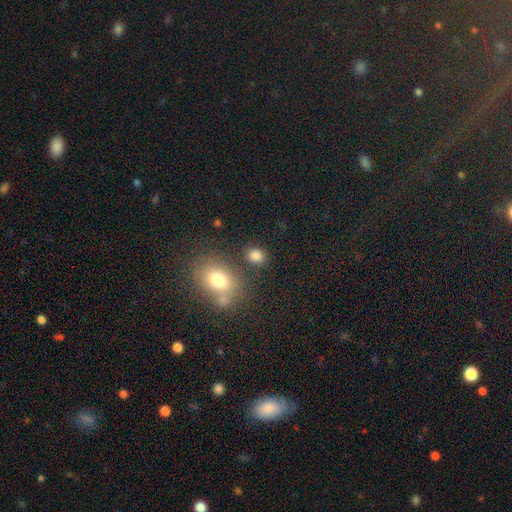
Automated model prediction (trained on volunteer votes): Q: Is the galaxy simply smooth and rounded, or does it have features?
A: smooth — 82%.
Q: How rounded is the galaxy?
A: round — 52%.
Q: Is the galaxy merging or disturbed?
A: none — 76%.